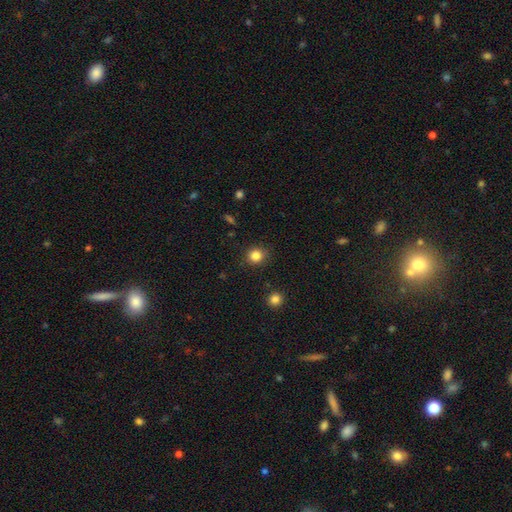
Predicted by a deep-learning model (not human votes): Smooth or featured? smooth (84%)
How rounded? round (87%)
Merging? none (89%)